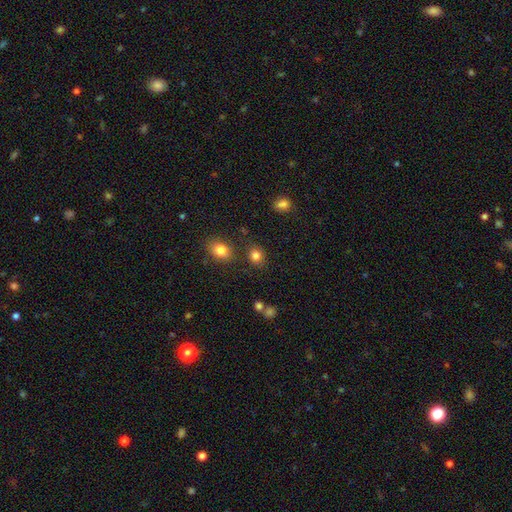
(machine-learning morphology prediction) Smooth or featured: smooth — 83% (star or artifact — 12%)
How rounded: round — 66% (in between — 33%)
Merging: none — 80% (minor disturbance — 11%)